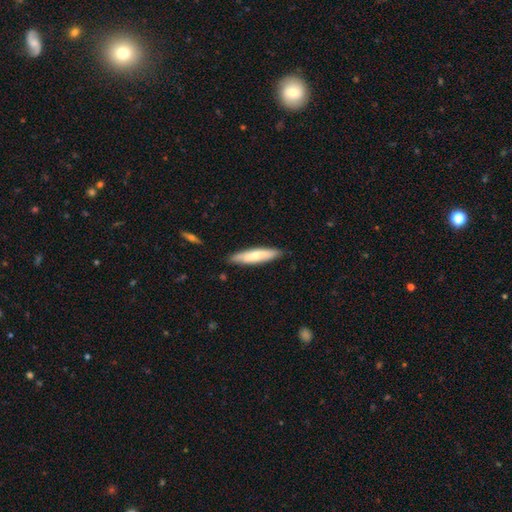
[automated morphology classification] type=smooth (67%); roundness=cigar-shaped (79%); merging=none (85%).